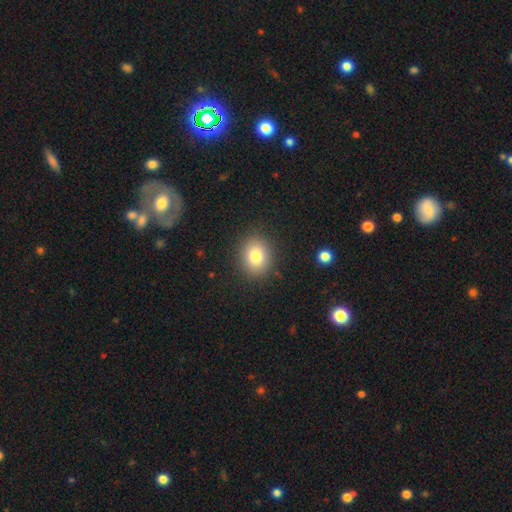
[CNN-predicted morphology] The model was most divided on "how rounded": round: 61%, in between: 38%, cigar-shaped: 1%. More confident: merging — none (89%); smooth or featured — smooth (81%).